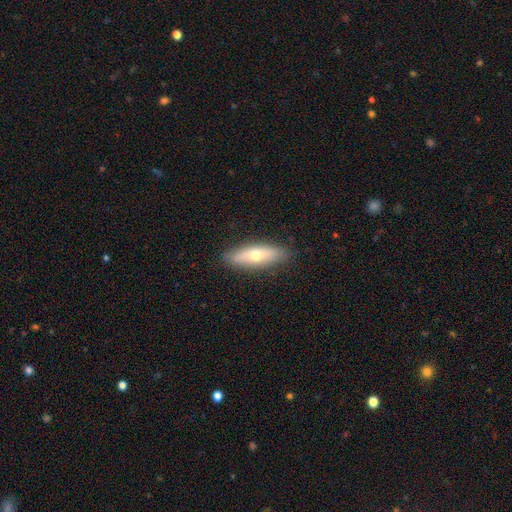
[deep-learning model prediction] Smooth or featured? Predicted: smooth (p=0.58). How rounded? Predicted: cigar-shaped (p=0.50). Merging? Predicted: none (p=0.86).